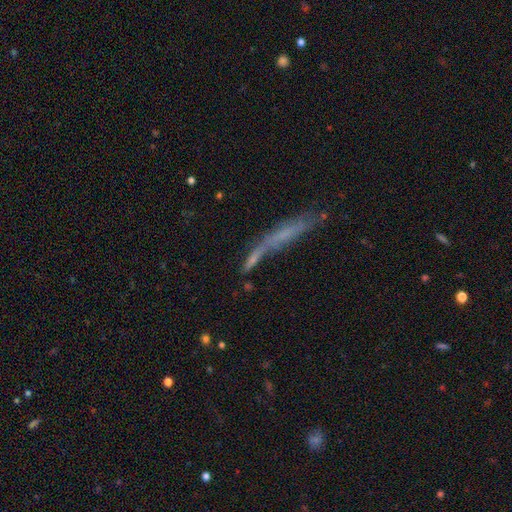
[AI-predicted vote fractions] This appears to be a smooth galaxy with no disk features (49%). Merging: none (42%).